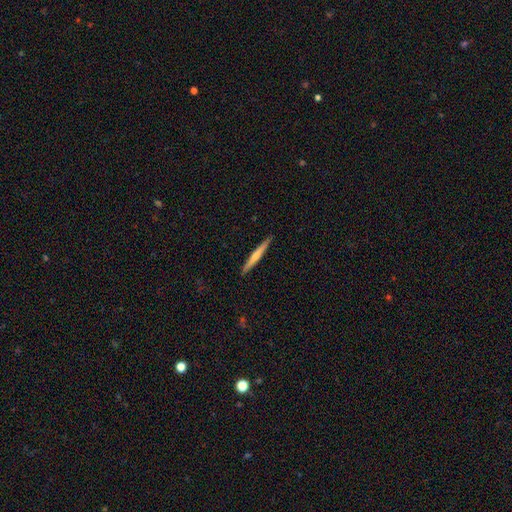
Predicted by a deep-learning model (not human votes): Smooth or featured: featured or disk — 60% (smooth — 34%)
Edge-on disk: yes — 98% (no — 2%)
Edge-on bulge: rounded — 69% (none — 26%)
Merging: none — 92% (minor disturbance — 6%)